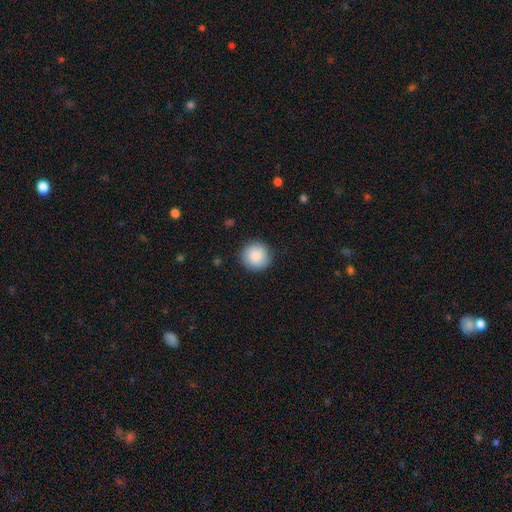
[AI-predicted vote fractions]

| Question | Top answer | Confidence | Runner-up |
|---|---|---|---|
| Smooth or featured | smooth | 88% | star or artifact (7%) |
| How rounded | round | 95% | in between (4%) |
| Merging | none | 89% | minor disturbance (8%) |